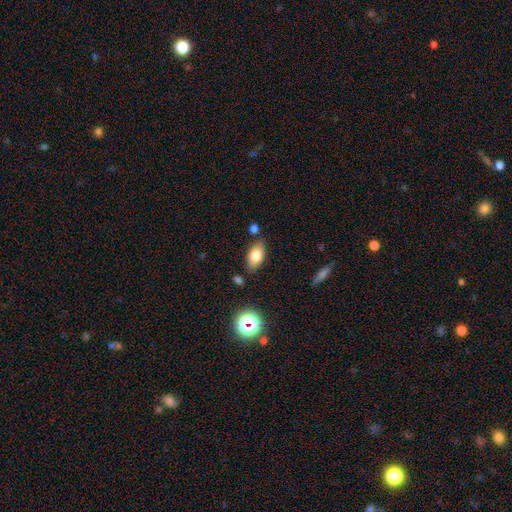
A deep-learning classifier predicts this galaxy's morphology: Overall: smooth (80%). How rounded: in between (91%). Merging: none (80%).